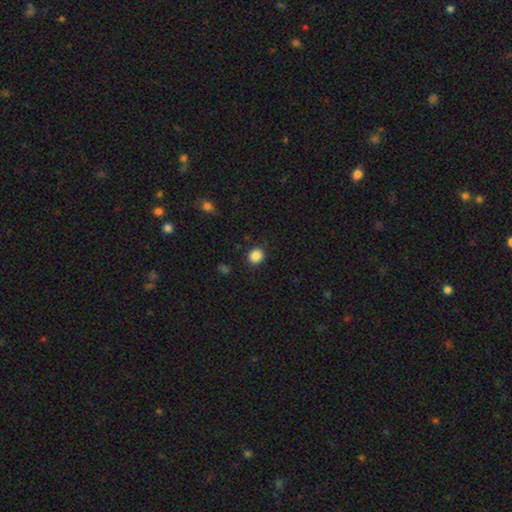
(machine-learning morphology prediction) smooth_or_featured: smooth (p=0.87) [alt: star or artifact p=0.10]
how_rounded: round (p=0.81) [alt: in between p=0.18]
merging: none (p=0.88) [alt: minor disturbance p=0.08]